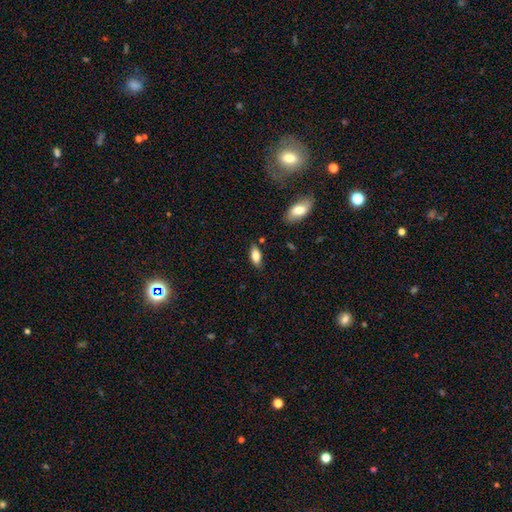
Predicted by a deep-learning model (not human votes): Smooth or featured?
  - smooth: 80% *
  - featured or disk: 13%
  - star or artifact: 7%
How rounded?
  - in between: 85% *
  - cigar-shaped: 12%
  - round: 3%
Merging?
  - none: 80% *
  - minor disturbance: 14%
  - major disturbance: 3%
  - merger: 3%